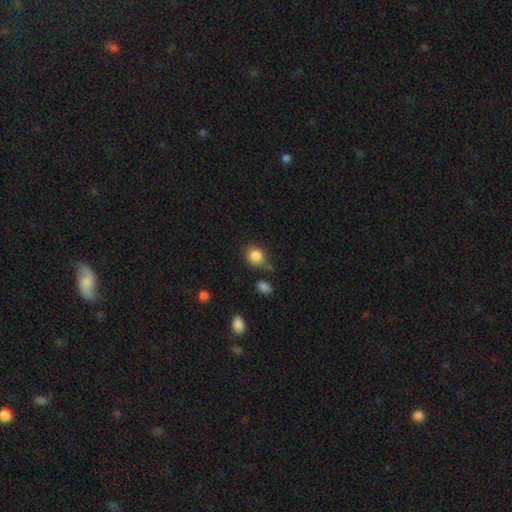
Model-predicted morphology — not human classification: A smooth galaxy with no disk features (85%) that is round (70%).

Vote fractions:
- Smooth or featured? smooth: 85% / star or artifact: 10% / featured or disk: 5%
- How rounded? round: 70% / in between: 29% / cigar-shaped: 1%
- Merging? none: 71% / minor disturbance: 16% / merger: 8% / major disturbance: 5%